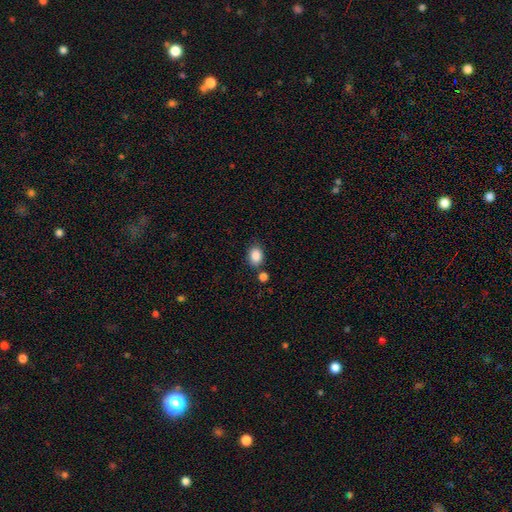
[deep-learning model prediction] This is clearly a smooth galaxy (87%). How rounded: likely in between (61%). Merging: likely none (73%).